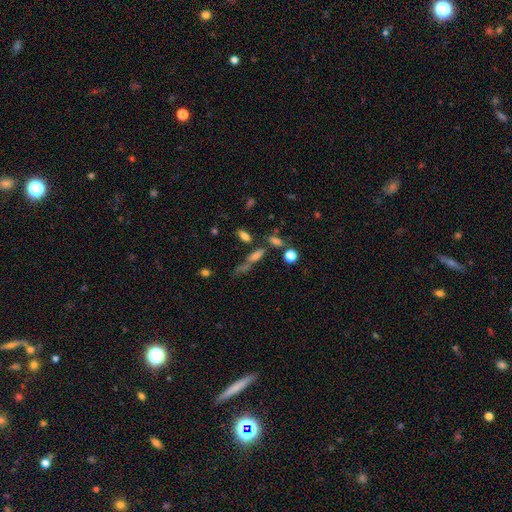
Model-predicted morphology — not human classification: A smooth galaxy with no disk features (45%).

Vote fractions:
- Smooth or featured? smooth: 45% / featured or disk: 29% / star or artifact: 25%
- Merging? none: 49% / merger: 24% / minor disturbance: 15% / major disturbance: 12%